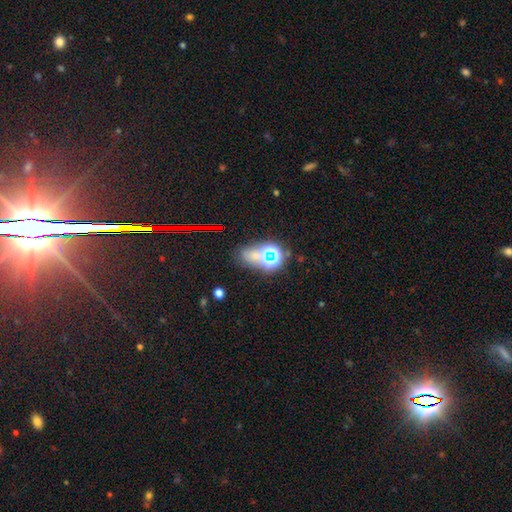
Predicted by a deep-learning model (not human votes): smooth_or_featured: star or artifact (p=0.57) [alt: smooth p=0.33]